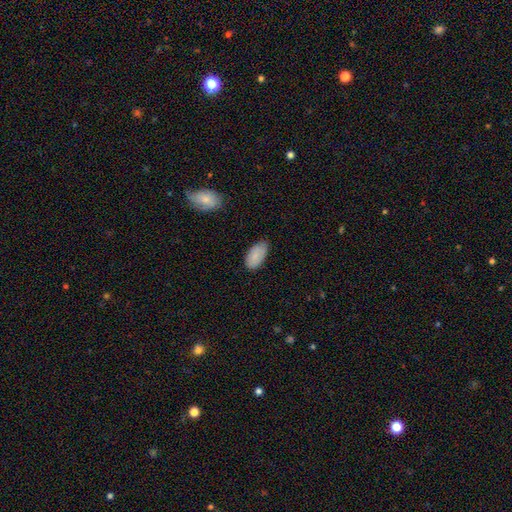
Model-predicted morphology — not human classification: Smooth or featured: smooth — 84% (featured or disk — 9%)
How rounded: in between — 95% (cigar-shaped — 3%)
Merging: none — 70% (minor disturbance — 25%)